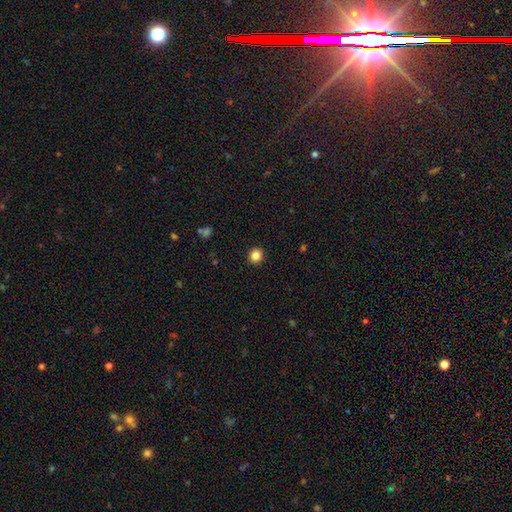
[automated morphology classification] smooth 85%, star or artifact 11%, featured or disk 4%. Down the decision tree: how rounded — round (86%); merging — none (92%).